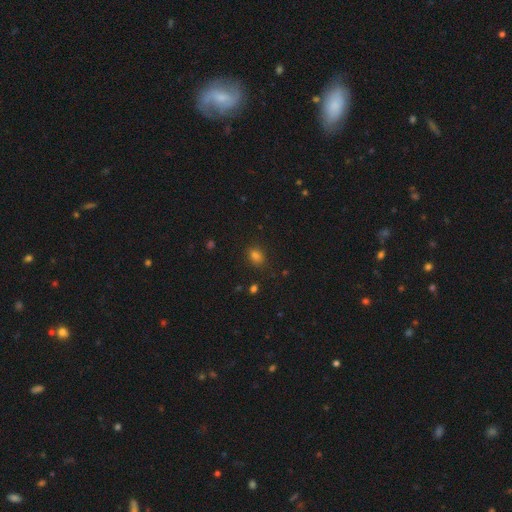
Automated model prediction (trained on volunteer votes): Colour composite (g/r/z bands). It shows a smooth galaxy with no disk features (78%) that is in between round and cigar-shaped (62%). Merging: none (83%).